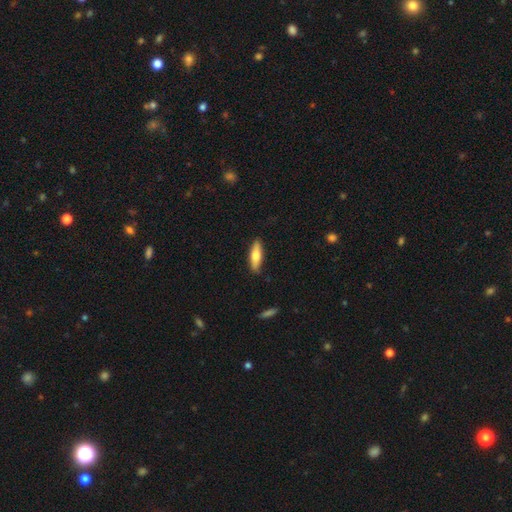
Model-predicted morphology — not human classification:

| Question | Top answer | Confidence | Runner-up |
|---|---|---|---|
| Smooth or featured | smooth | 65% | featured or disk (30%) |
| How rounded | cigar-shaped | 60% | in between (38%) |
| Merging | none | 88% | minor disturbance (9%) |